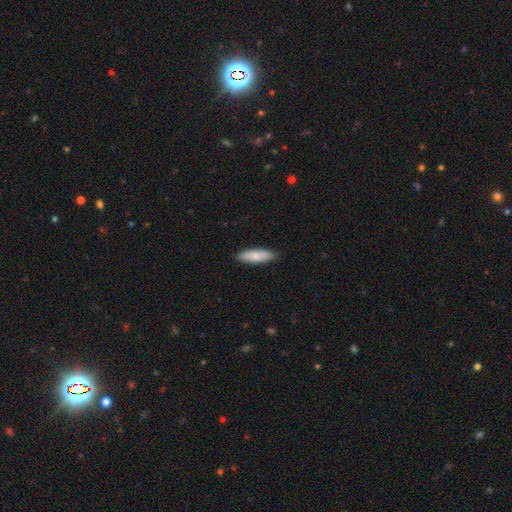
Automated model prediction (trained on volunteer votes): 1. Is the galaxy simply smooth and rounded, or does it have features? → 83% smooth, 11% featured or disk, 5% star or artifact.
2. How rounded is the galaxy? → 59% cigar-shaped, 40% in between, 2% round.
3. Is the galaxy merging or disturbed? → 89% none, 9% minor disturbance, 2% major disturbance, 1% merger.